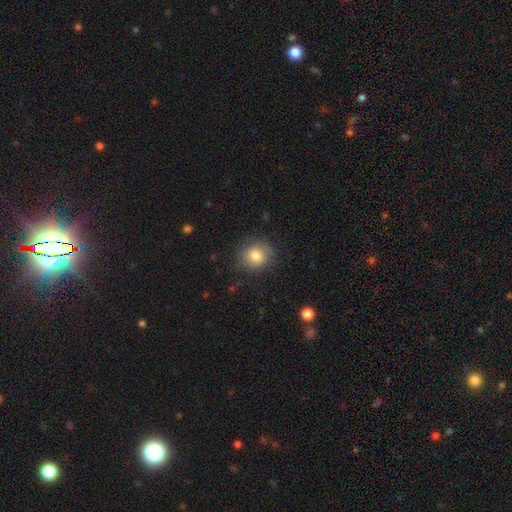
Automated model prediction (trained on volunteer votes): Overall: smooth (79%). How rounded: round (83%). Merging: none (81%).